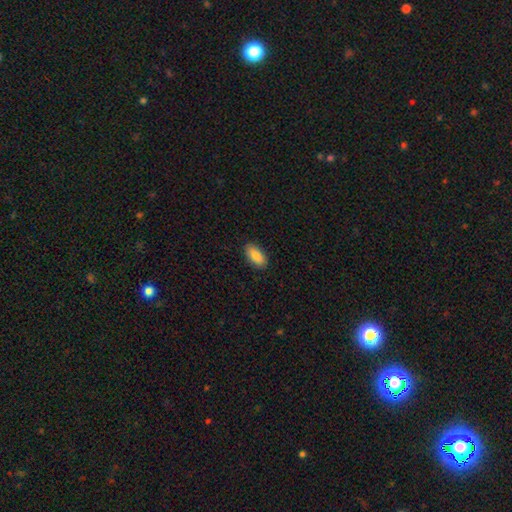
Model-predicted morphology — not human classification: The model was most divided on "smooth or featured": smooth: 86%, featured or disk: 7%, star or artifact: 6%. More confident: how rounded — in between (92%); merging — none (89%).